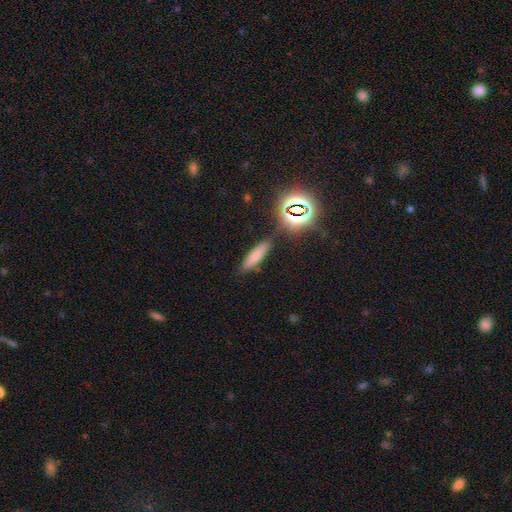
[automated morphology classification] The model was most divided on "how rounded": cigar-shaped: 67%, in between: 29%, round: 4%. More confident: merging — none (82%); smooth or featured — smooth (69%).